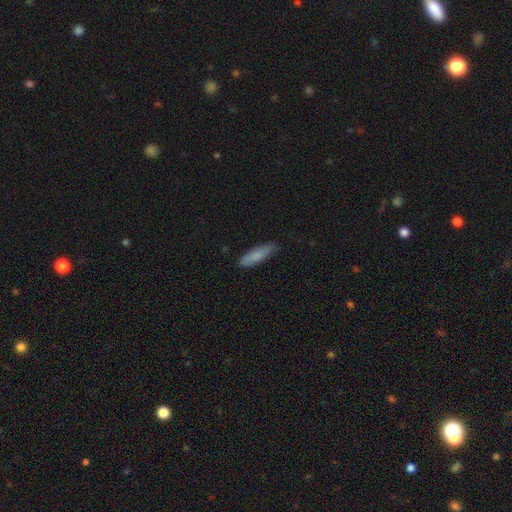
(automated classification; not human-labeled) This is clearly a smooth galaxy (82%). How rounded: likely cigar-shaped (70%). Merging: clearly none (84%).